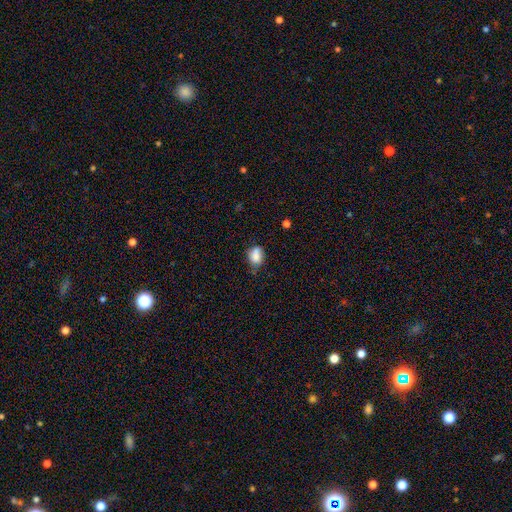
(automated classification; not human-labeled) This appears to be a smooth galaxy with no disk features (78%) that is in between round and cigar-shaped (67%). Merging: none (50%).